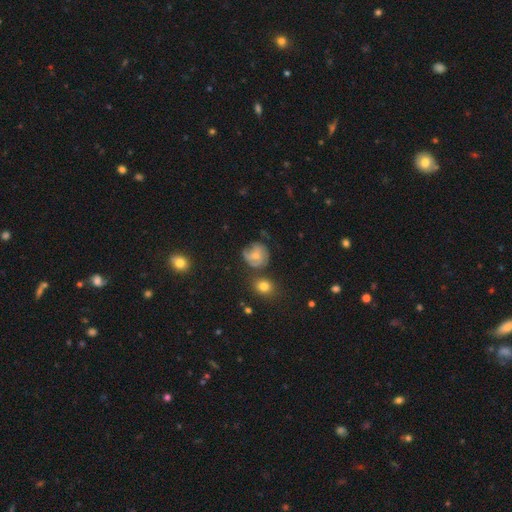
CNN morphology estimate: type=featured or disk (50%); edge-on=no (97%); merging=none (58%).